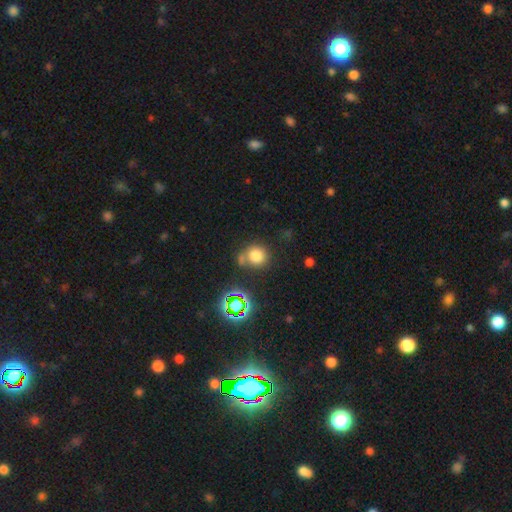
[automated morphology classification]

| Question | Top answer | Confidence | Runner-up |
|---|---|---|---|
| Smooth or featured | smooth | 75% | star or artifact (17%) |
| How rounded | round | 87% | in between (12%) |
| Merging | none | 65% | merger (16%) |